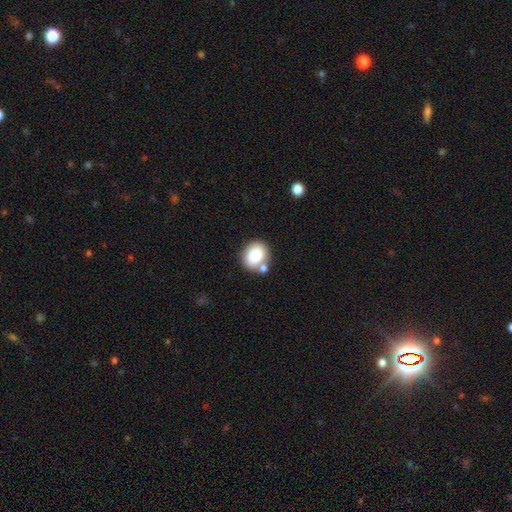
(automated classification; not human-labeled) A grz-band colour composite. It shows a smooth galaxy with no disk features (81%) that is round (58%). Merging: none (61%).